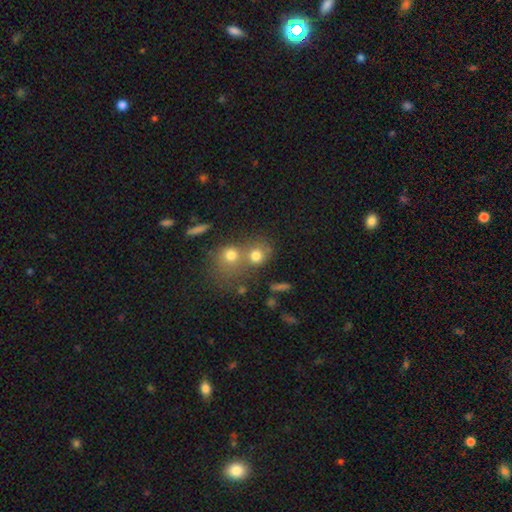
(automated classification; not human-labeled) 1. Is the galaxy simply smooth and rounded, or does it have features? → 74% smooth, 13% featured or disk, 13% star or artifact.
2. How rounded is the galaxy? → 75% round, 23% in between, 2% cigar-shaped.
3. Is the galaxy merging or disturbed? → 50% merger, 37% none, 8% minor disturbance, 5% major disturbance.